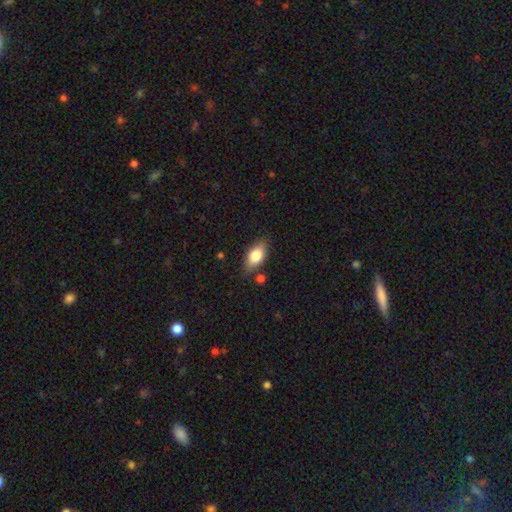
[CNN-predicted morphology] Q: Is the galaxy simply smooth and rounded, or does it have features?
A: smooth — 80%.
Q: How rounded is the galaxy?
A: in between — 90%.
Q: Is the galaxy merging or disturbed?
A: none — 78%.